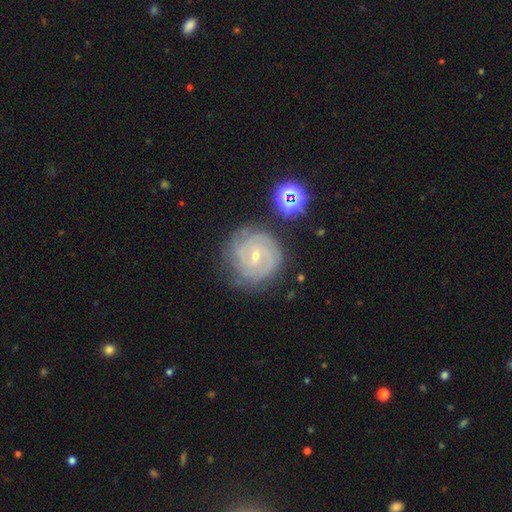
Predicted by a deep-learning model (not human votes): smooth_or_featured: featured or disk (p=0.83) [alt: smooth p=0.09]
disk_edge_on: no (p=0.98) [alt: yes p=0.02]
bar: no (p=0.51) [alt: weak p=0.39]
has_spiral_arms: yes (p=0.96) [alt: no p=0.04]
spiral_winding: tight (p=0.78) [alt: medium p=0.19]
spiral_arm_count: can't tell (p=0.29) [alt: 3 p=0.25]
bulge_size: small (p=0.66) [alt: moderate p=0.31]
merging: none (p=0.76) [alt: minor disturbance p=0.16]